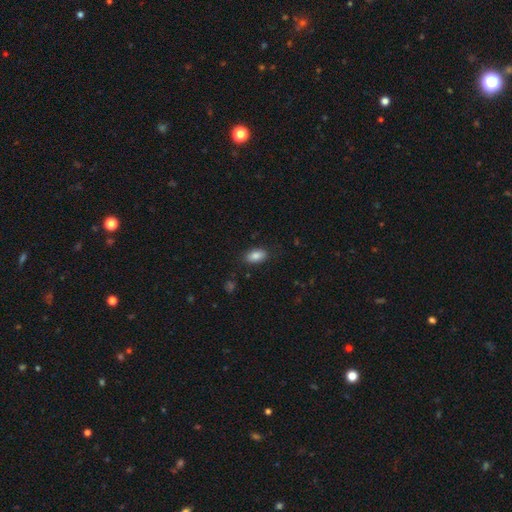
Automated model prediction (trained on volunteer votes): A smooth galaxy with no disk features (86%) that is in between round and cigar-shaped (92%). Merging: none (85%).